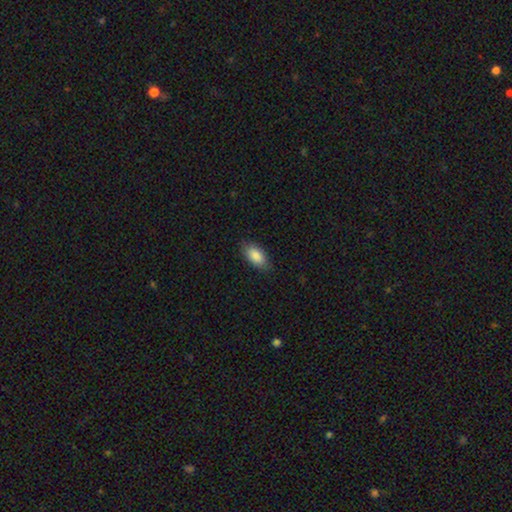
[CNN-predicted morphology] This is clearly a smooth galaxy (88%). How rounded: clearly in between (93%). Merging: clearly none (84%).